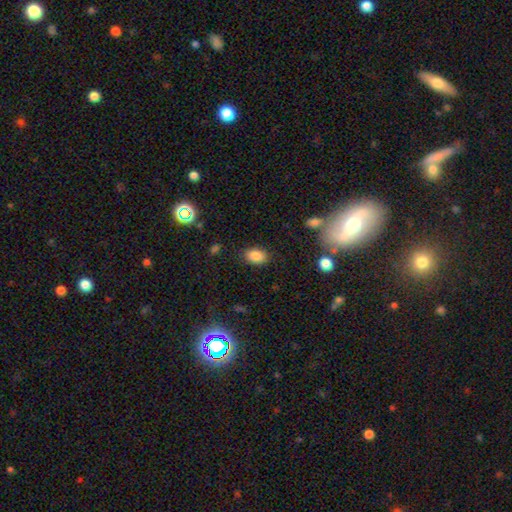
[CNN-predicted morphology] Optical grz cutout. It shows a smooth galaxy with no disk features (84%) that is in between round and cigar-shaped (82%). Merging: none (83%).